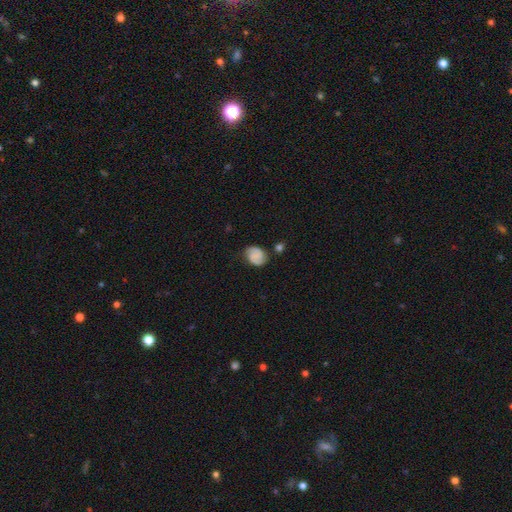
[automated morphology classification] smooth_or_featured: featured or disk (p=0.47) [alt: smooth p=0.44]
merging: none (p=0.68) [alt: minor disturbance p=0.21]